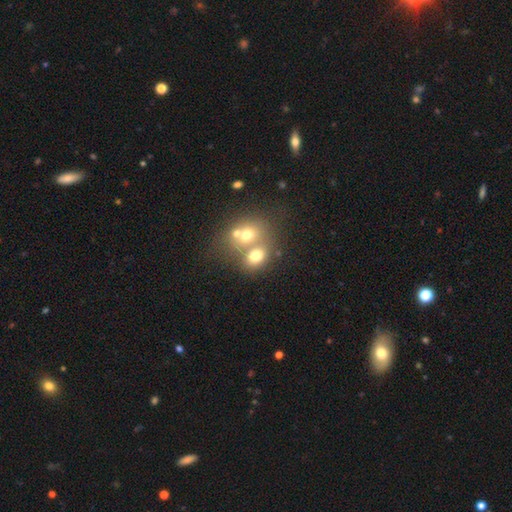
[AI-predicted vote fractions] Morphology: type=smooth (67%); roundness=in between (50%); merging=merger (57%).